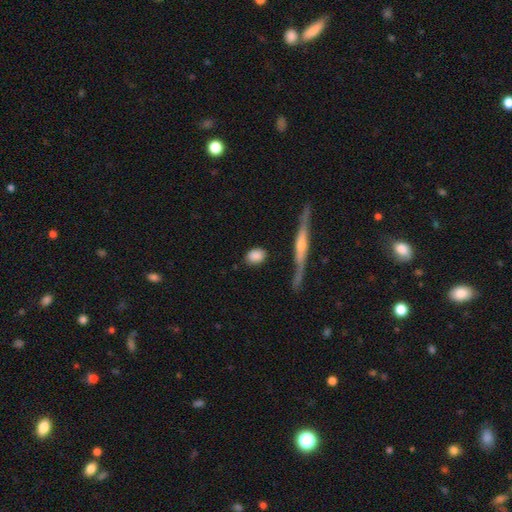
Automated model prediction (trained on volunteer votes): Smooth or featured? Predicted: smooth (p=0.84). How rounded? Predicted: in between (p=0.69). Merging? Predicted: none (p=0.79).